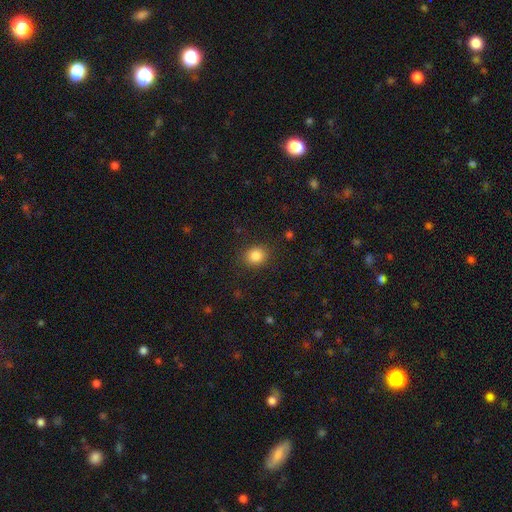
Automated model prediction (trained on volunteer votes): A smooth galaxy with no disk features (85%) that is round (73%). Merging: none (88%).